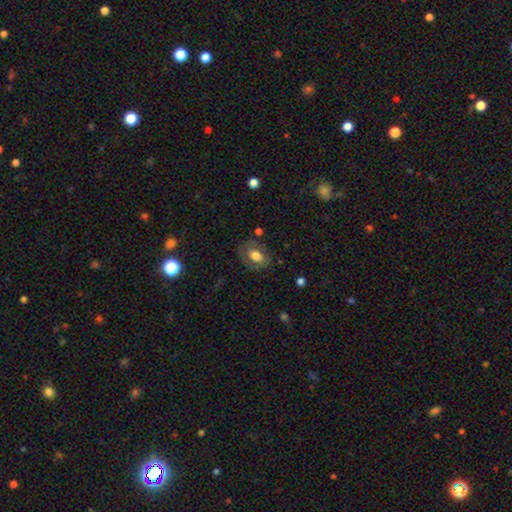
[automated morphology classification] Smooth or featured?
  - smooth: 63% *
  - featured or disk: 29%
  - star or artifact: 8%
How rounded?
  - in between: 75% *
  - round: 23%
  - cigar-shaped: 1%
Merging?
  - none: 72% *
  - minor disturbance: 18%
  - major disturbance: 8%
  - merger: 2%